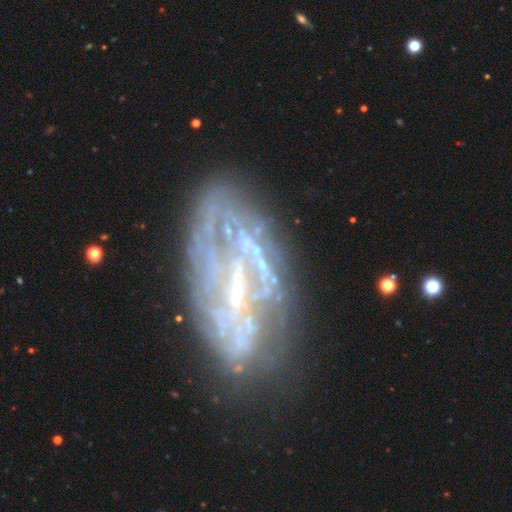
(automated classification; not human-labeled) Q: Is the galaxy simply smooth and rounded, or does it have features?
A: featured or disk — 79%.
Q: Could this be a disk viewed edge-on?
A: no — 93%.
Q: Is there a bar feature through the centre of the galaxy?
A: weak — 37%.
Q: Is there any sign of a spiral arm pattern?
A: yes — 52%.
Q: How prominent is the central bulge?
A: small — 45%.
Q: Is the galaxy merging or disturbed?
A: none — 55%.